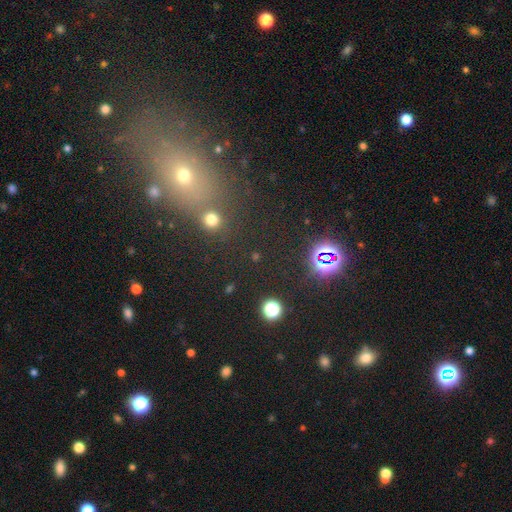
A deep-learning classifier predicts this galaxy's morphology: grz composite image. It shows a star or artifact, not a galaxy (48%).